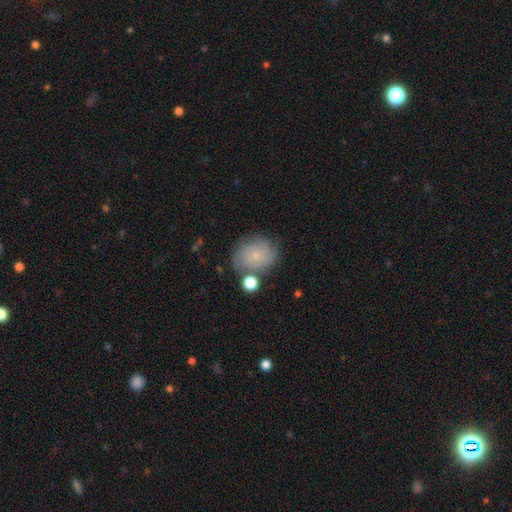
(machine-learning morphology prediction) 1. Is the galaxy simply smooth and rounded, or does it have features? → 64% smooth, 26% featured or disk, 10% star or artifact.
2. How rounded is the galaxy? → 68% round, 31% in between, 1% cigar-shaped.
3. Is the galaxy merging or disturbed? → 64% none, 19% minor disturbance, 11% merger, 7% major disturbance.